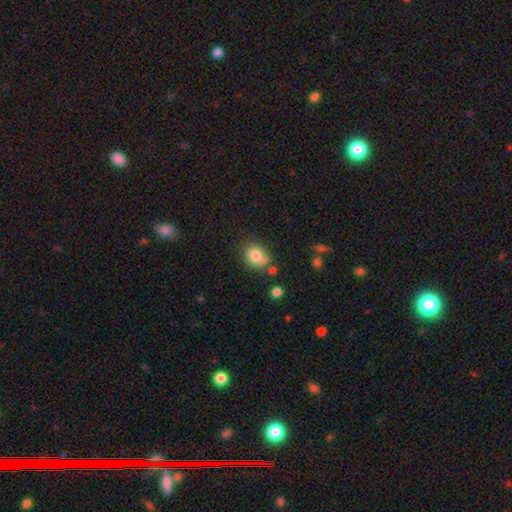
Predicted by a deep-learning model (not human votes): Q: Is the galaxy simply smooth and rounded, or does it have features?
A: smooth — 81%.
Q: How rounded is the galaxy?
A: round — 62%.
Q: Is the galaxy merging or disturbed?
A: none — 64%.